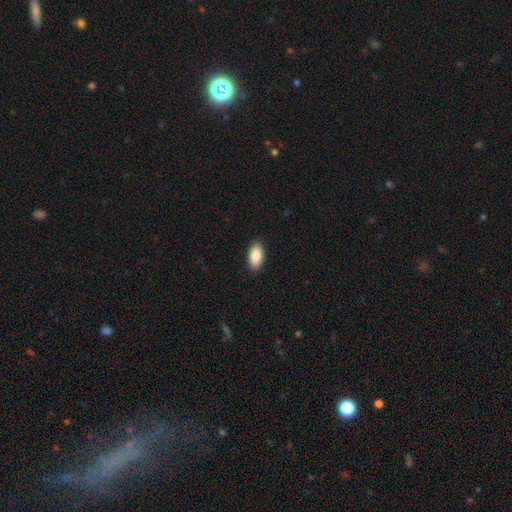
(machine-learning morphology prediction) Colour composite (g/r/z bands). It shows a smooth galaxy with no disk features (88%) that is in between round and cigar-shaped (92%). Merging: none (89%).